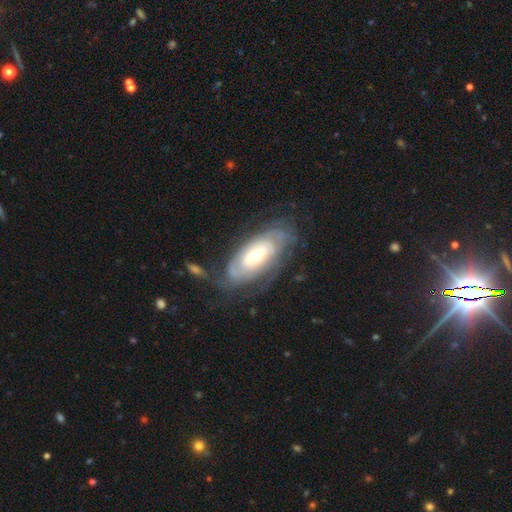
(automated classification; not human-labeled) smooth_or_featured: featured or disk (p=0.79) [alt: smooth p=0.15]
disk_edge_on: no (p=0.91) [alt: yes p=0.09]
bar: no (p=0.50) [alt: weak p=0.34]
has_spiral_arms: yes (p=0.89) [alt: no p=0.11]
spiral_winding: tight (p=0.74) [alt: medium p=0.20]
spiral_arm_count: can't tell (p=0.53) [alt: 2 p=0.23]
bulge_size: moderate (p=0.59) [alt: small p=0.29]
merging: none (p=0.70) [alt: minor disturbance p=0.18]